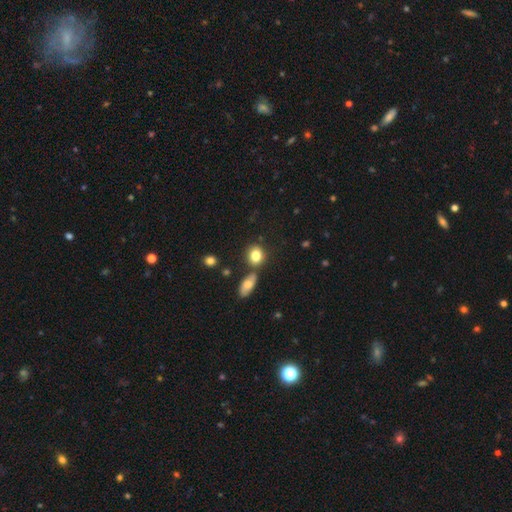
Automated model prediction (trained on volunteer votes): Smooth or featured: smooth — 83% (star or artifact — 9%)
How rounded: round — 53% (in between — 45%)
Merging: none — 66% (merger — 19%)